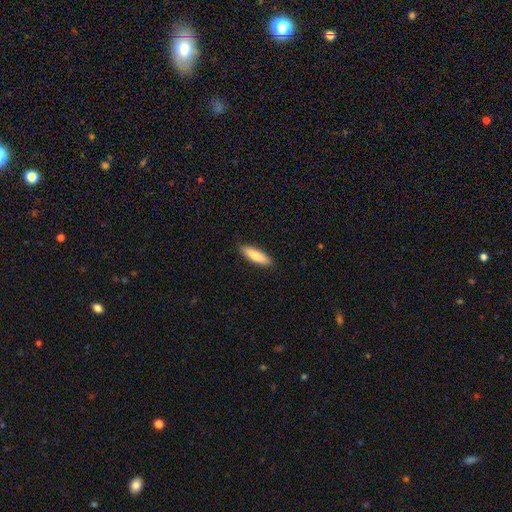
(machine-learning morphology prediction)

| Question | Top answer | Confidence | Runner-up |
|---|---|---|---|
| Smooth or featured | smooth | 83% | featured or disk (12%) |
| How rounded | cigar-shaped | 58% | in between (41%) |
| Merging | none | 87% | minor disturbance (10%) |